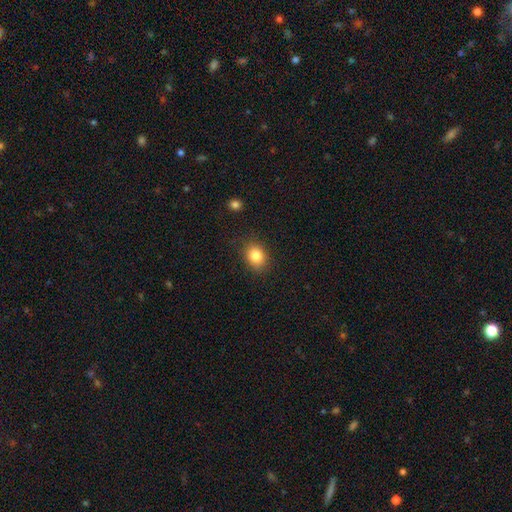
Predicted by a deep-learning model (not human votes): Overall: smooth (84%). How rounded: in between (51%; round 48%). Merging: none (85%).